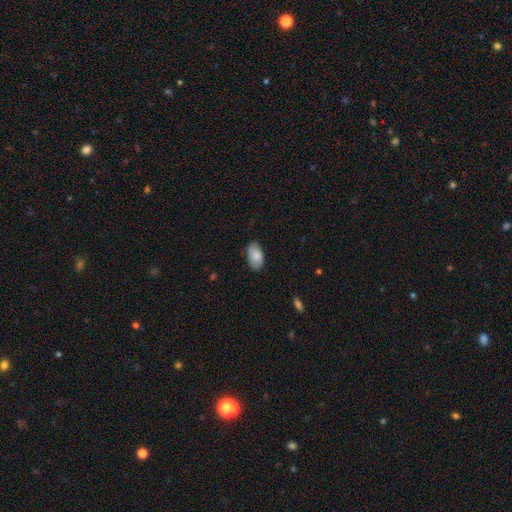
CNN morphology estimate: smooth_or_featured: smooth (p=0.82) [alt: featured or disk p=0.12]
how_rounded: in between (p=0.95) [alt: round p=0.04]
merging: none (p=0.80) [alt: minor disturbance p=0.16]